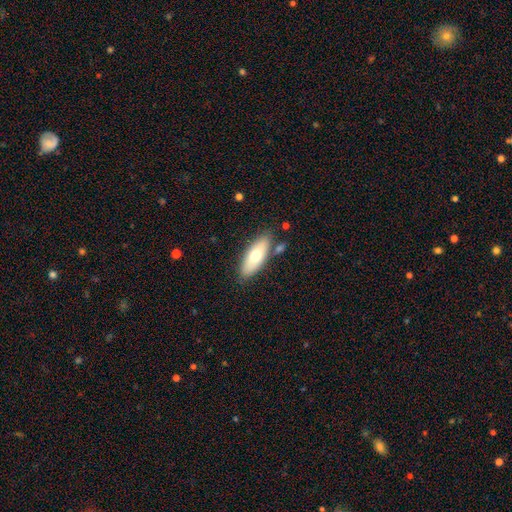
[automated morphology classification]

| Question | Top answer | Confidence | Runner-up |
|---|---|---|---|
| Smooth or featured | smooth | 66% | featured or disk (28%) |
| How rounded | in between | 75% | cigar-shaped (23%) |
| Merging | none | 79% | minor disturbance (12%) |